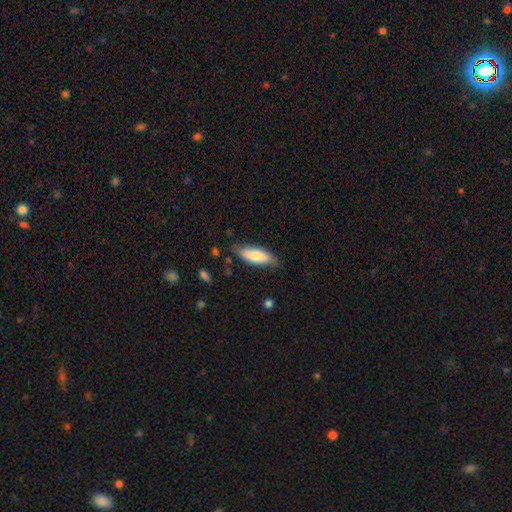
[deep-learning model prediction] The model was most divided on "how rounded": in between: 70%, cigar-shaped: 28%, round: 2%. More confident: merging — none (73%); smooth or featured — smooth (73%).